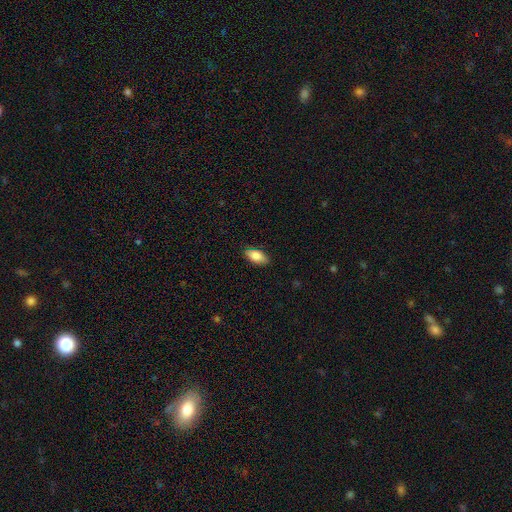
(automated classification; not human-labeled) Q: Smooth or featured?
A: smooth (84%); runner-up: featured or disk (10%)
Q: How rounded?
A: in between (91%); runner-up: cigar-shaped (6%)
Q: Merging?
A: none (87%); runner-up: minor disturbance (10%)